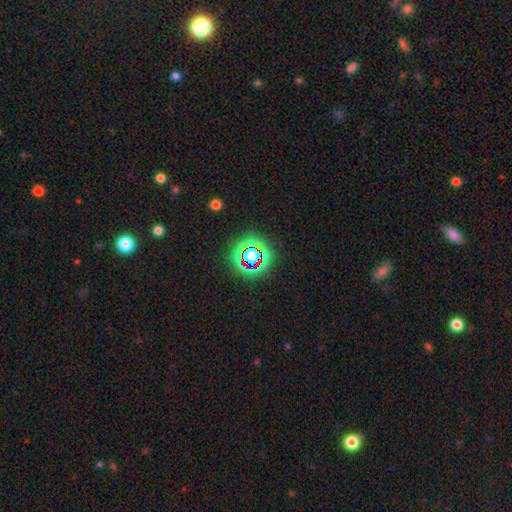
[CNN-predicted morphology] This is likely a star or artifact rather than a galaxy (75%).